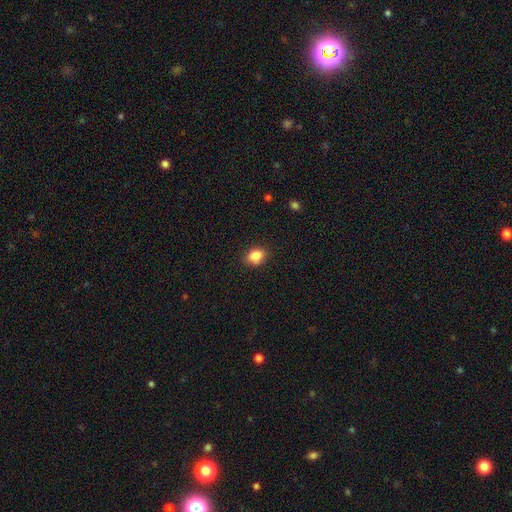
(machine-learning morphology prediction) Smooth or featured: smooth — 86% (star or artifact — 10%)
How rounded: in between — 57% (round — 41%)
Merging: none — 85% (minor disturbance — 11%)